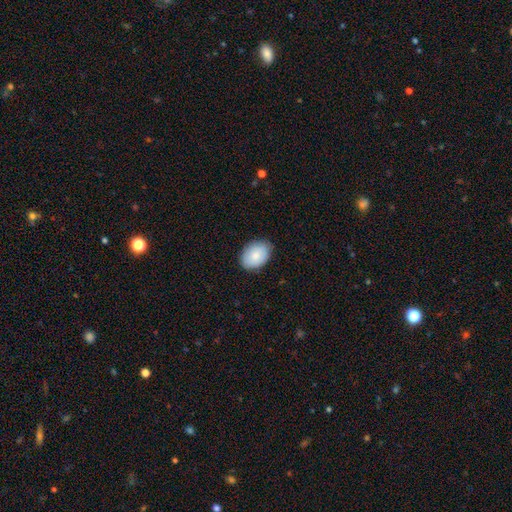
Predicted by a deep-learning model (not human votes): This appears to be a smooth galaxy with no disk features (86%) that is in between round and cigar-shaped (84%). Merging: none (85%).